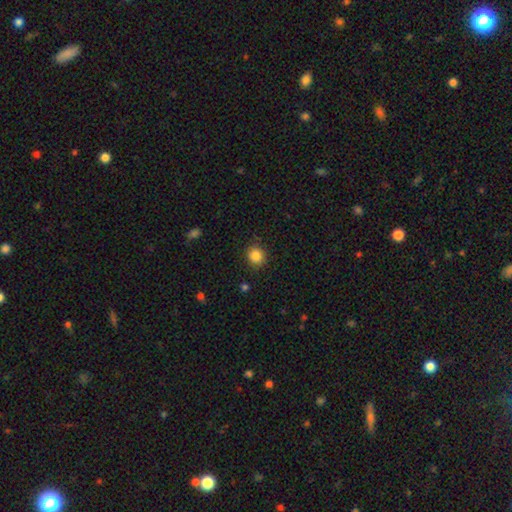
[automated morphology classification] smooth 85%, star or artifact 11%, featured or disk 4%. Down the decision tree: how rounded — round (86%); merging — none (87%).